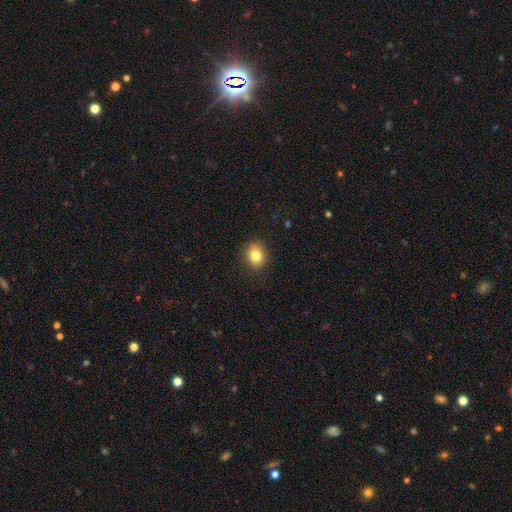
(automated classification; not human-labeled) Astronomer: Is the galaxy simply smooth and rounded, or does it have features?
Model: smooth — 83%.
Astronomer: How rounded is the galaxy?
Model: round — 55% (runner-up: in between, 44%).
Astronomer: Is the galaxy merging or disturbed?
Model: none — 86%.